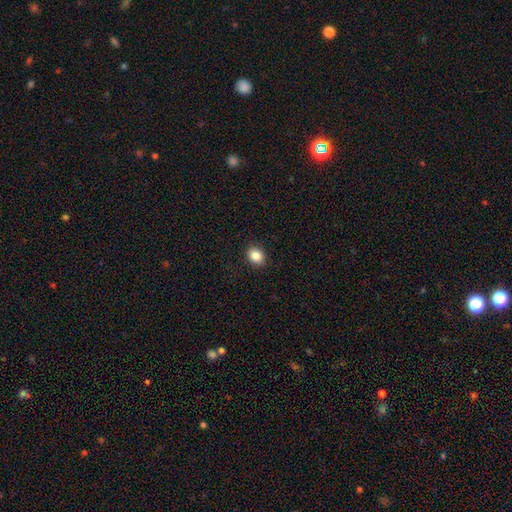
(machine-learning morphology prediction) Q: Smooth or featured?
A: smooth (86%); runner-up: star or artifact (9%)
Q: How rounded?
A: round (50%); runner-up: in between (49%)
Q: Merging?
A: none (90%); runner-up: minor disturbance (7%)